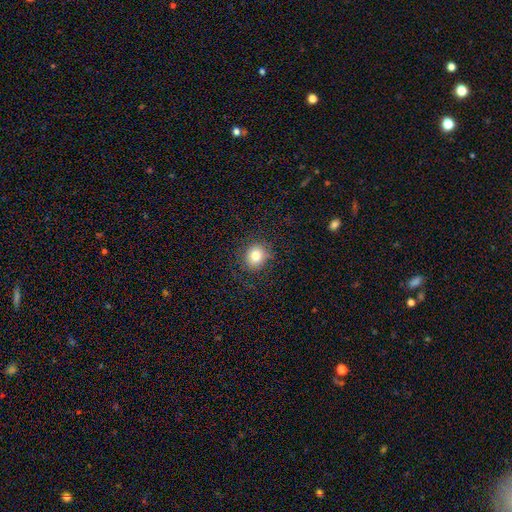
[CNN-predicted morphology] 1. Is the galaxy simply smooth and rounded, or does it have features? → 80% smooth, 11% star or artifact, 9% featured or disk.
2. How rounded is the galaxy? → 82% round, 17% in between, 1% cigar-shaped.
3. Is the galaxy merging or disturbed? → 83% none, 10% minor disturbance, 5% major disturbance, 1% merger.